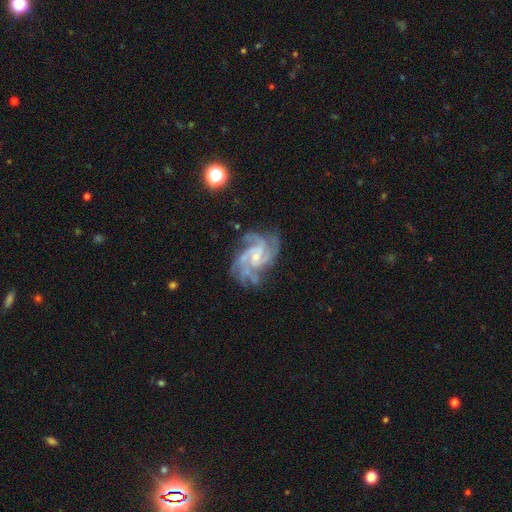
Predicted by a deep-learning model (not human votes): Smooth or featured? Predicted: featured or disk (p=0.88). Edge-on disk? Predicted: no (p=0.98). Bar? Predicted: no (p=0.47). Spiral arms? Predicted: yes (p=0.98). Spiral winding? Predicted: medium (p=0.48). Spiral arm count? Predicted: 4 (p=0.32). Bulge size? Predicted: small (p=0.68). Merging? Predicted: none (p=0.68).